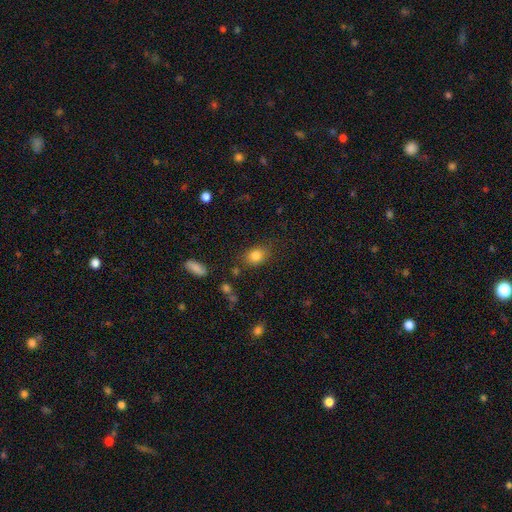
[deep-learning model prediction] Overall: smooth (83%). How rounded: in between (60%; round 38%). Merging: none (78%).